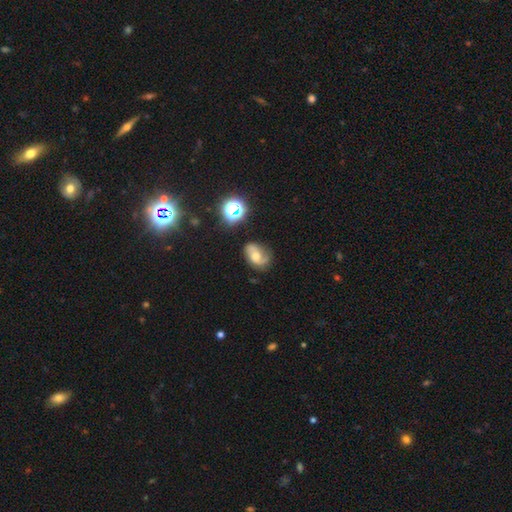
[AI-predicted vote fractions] Smooth or featured? featured or disk (58%)
Edge-on disk? no (96%)
Bar? no (62%)
Spiral arms? yes (87%)
Bulge size? moderate (55%)
Merging? none (59%)